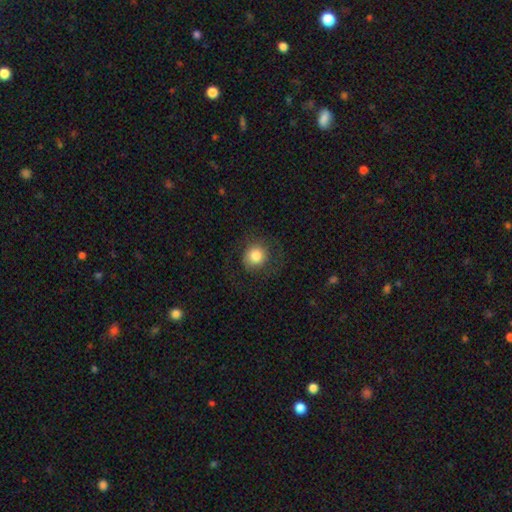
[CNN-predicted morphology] smooth_or_featured: smooth (p=0.81) [alt: featured or disk p=0.10]
how_rounded: round (p=0.88) [alt: in between p=0.11]
merging: none (p=0.76) [alt: minor disturbance p=0.13]